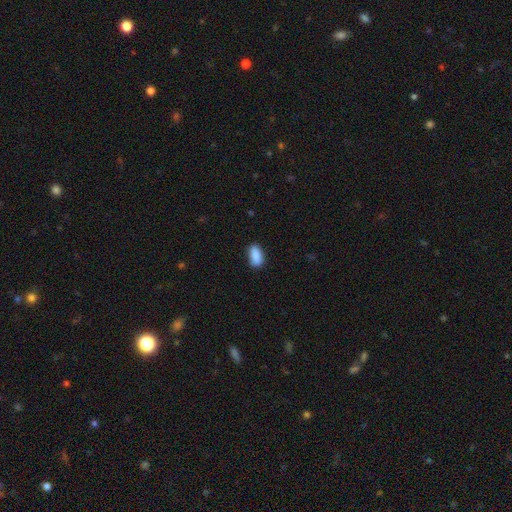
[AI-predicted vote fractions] The model was most divided on "merging": none: 84%, minor disturbance: 12%, major disturbance: 2%, merger: 1%. More confident: smooth or featured — smooth (89%); how rounded — in between (89%).